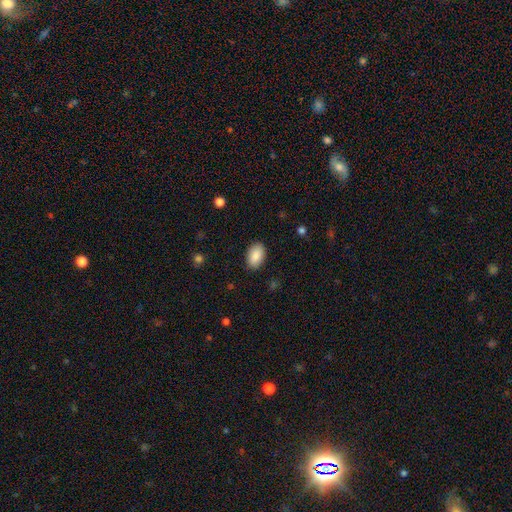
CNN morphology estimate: Smooth or featured? Predicted: smooth (p=0.89). How rounded? Predicted: in between (p=0.93). Merging? Predicted: none (p=0.88).